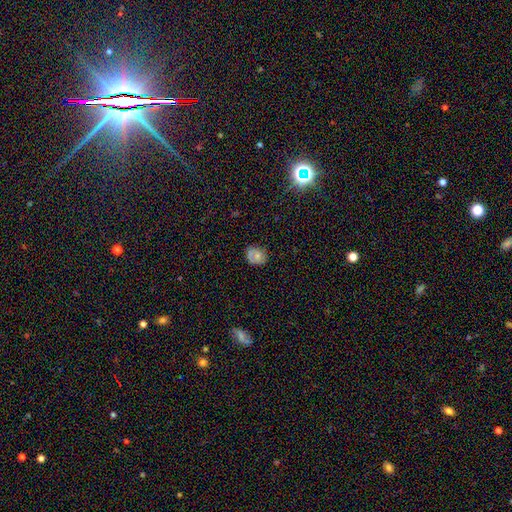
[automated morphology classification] type=smooth (64%); roundness=round (61%); merging=none (75%).